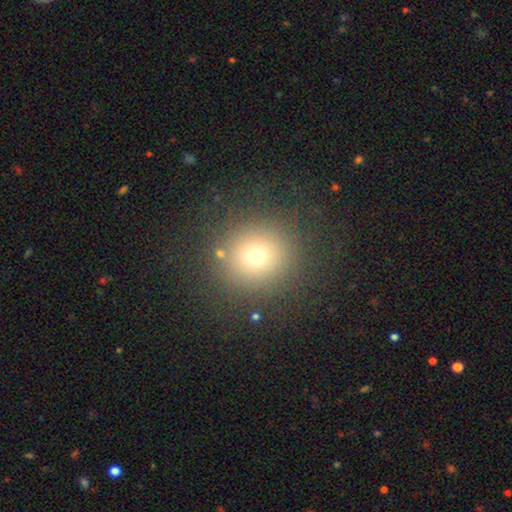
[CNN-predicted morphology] Smooth or featured? Predicted: smooth (p=0.69). How rounded? Predicted: round (p=0.92). Merging? Predicted: none (p=0.85).